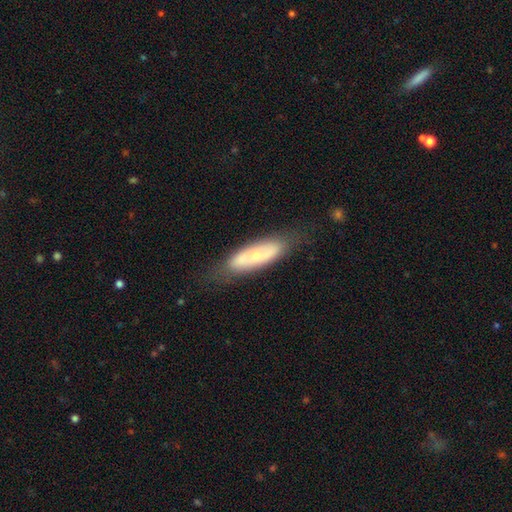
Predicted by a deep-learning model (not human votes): smooth_or_featured: smooth (p=0.50) [alt: featured or disk p=0.43]
how_rounded: cigar-shaped (p=0.52) [alt: in between p=0.46]
merging: none (p=0.73) [alt: minor disturbance p=0.19]